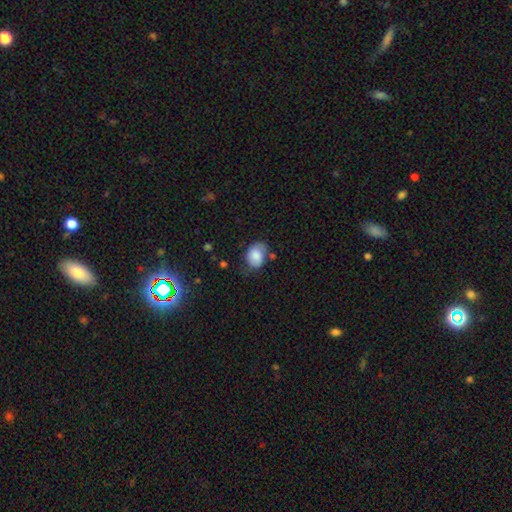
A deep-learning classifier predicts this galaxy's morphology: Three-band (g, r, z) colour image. It shows a smooth galaxy with no disk features (77%) that is in between round and cigar-shaped (67%). Merging: none (54%).